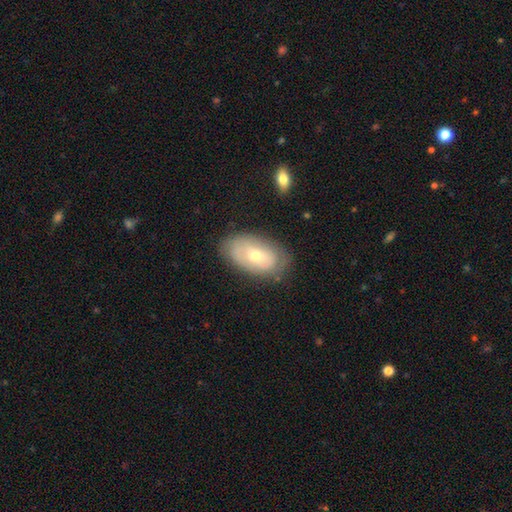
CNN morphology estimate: A featured or disk galaxy (47%). Merging: none (75%).